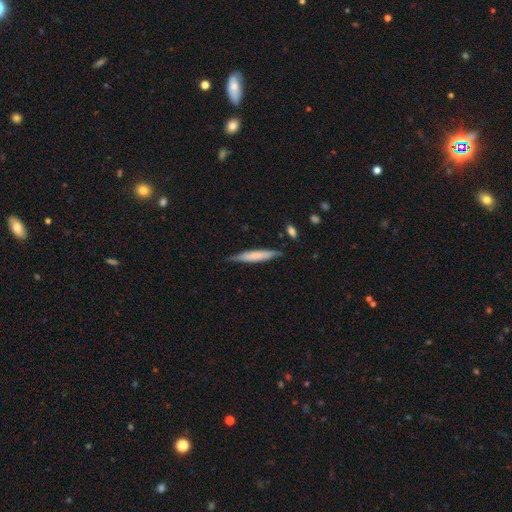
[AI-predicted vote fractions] Smooth or featured? smooth (65%)
How rounded? cigar-shaped (91%)
Merging? none (81%)